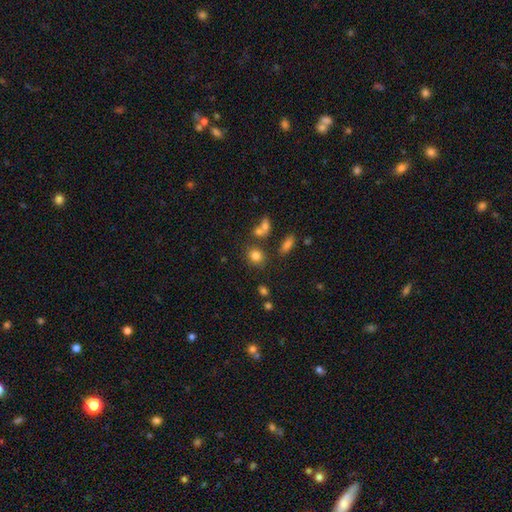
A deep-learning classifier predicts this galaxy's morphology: Smooth or featured? smooth (80%)
How rounded? round (72%)
Merging? none (73%)